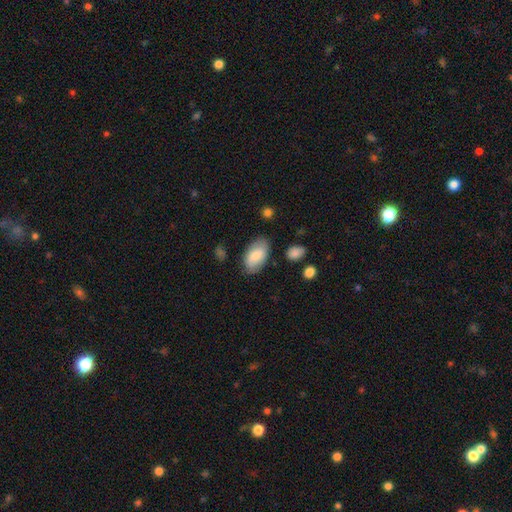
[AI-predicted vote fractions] Smooth or featured: smooth — 79% (featured or disk — 15%)
How rounded: in between — 95% (round — 4%)
Merging: none — 78% (minor disturbance — 16%)